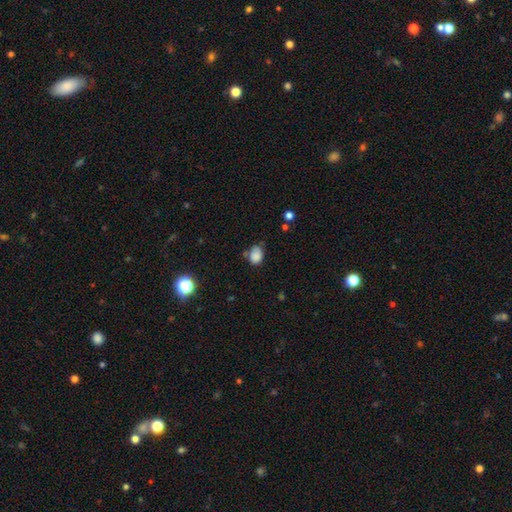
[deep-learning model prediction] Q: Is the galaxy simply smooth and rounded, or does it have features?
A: smooth — 80%.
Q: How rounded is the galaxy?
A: in between — 66%.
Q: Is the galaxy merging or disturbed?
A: none — 49%.